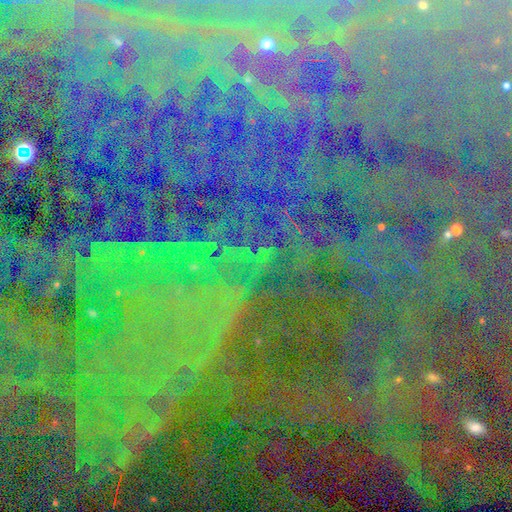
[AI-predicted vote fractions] Smooth or featured: star or artifact — 85% (featured or disk — 8%)